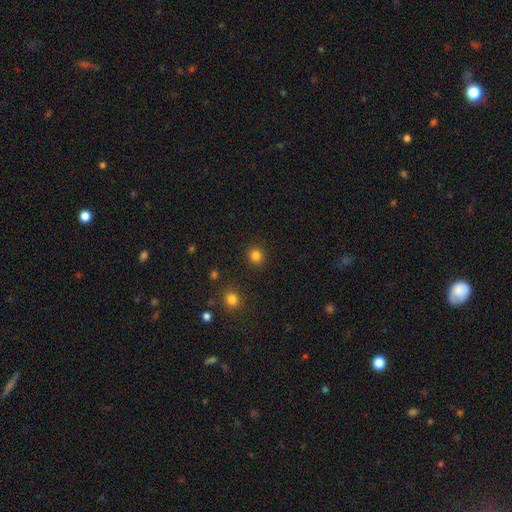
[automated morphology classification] type=smooth (82%); roundness=round (86%); merging=none (90%).